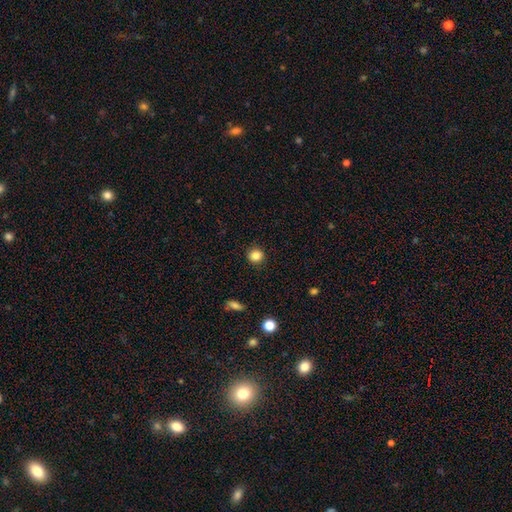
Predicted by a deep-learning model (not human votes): Q: Smooth or featured?
A: smooth (85%); runner-up: star or artifact (11%)
Q: How rounded?
A: round (90%); runner-up: in between (9%)
Q: Merging?
A: none (90%); runner-up: minor disturbance (7%)